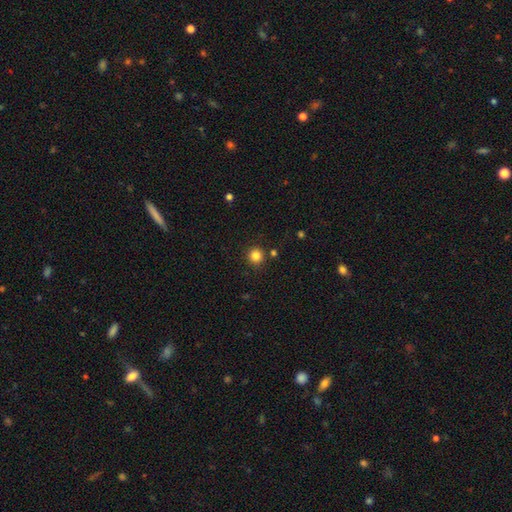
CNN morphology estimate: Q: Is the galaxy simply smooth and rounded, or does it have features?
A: smooth — 84%.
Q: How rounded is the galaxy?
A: round — 95%.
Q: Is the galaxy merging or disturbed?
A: none — 89%.